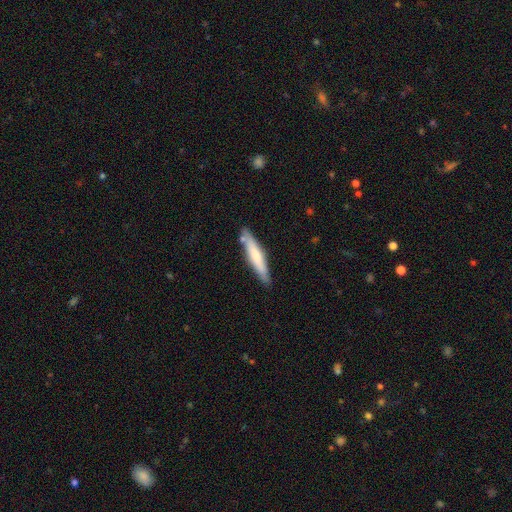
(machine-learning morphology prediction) Smooth or featured? Predicted: smooth (p=0.64). How rounded? Predicted: cigar-shaped (p=0.89). Merging? Predicted: none (p=0.82).